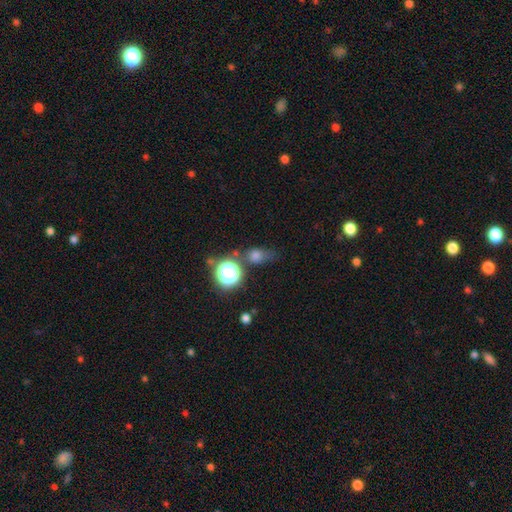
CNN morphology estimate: smooth 62%, star or artifact 27%, featured or disk 12%. Down the decision tree: how rounded — round (48%); merging — none (55%).